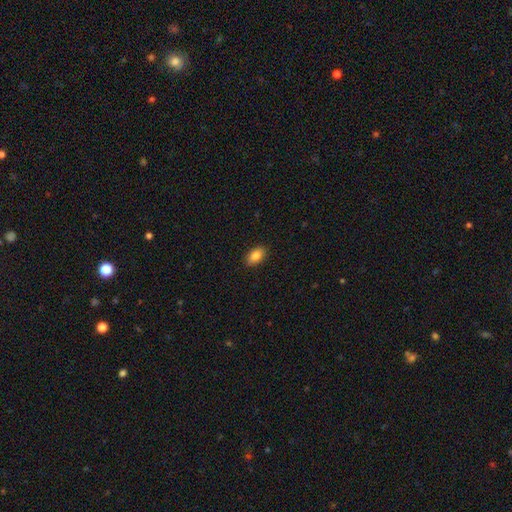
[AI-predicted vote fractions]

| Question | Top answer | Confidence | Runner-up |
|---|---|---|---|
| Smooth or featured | smooth | 85% | featured or disk (8%) |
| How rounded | in between | 92% | round (6%) |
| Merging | none | 90% | minor disturbance (7%) |